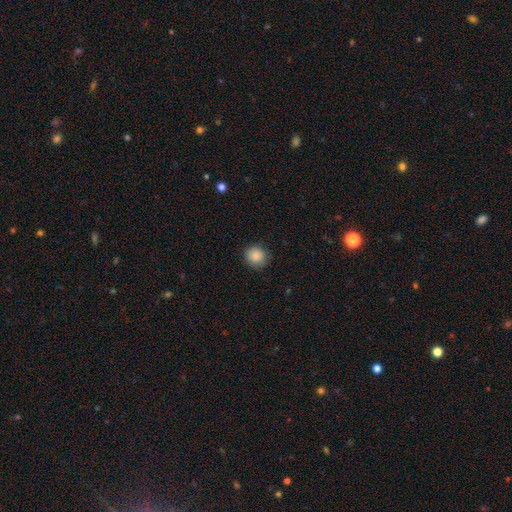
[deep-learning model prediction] This appears to be a smooth galaxy with no disk features (87%) that is round (90%). Merging: none (85%).